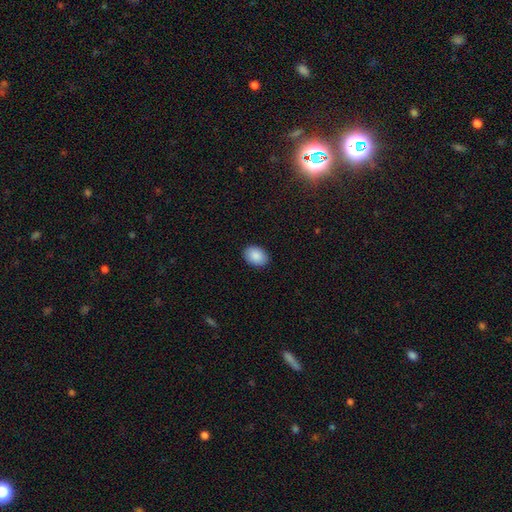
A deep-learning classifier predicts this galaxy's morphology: A smooth galaxy with no disk features (89%) that is in between round and cigar-shaped (80%). Merging: none (90%).